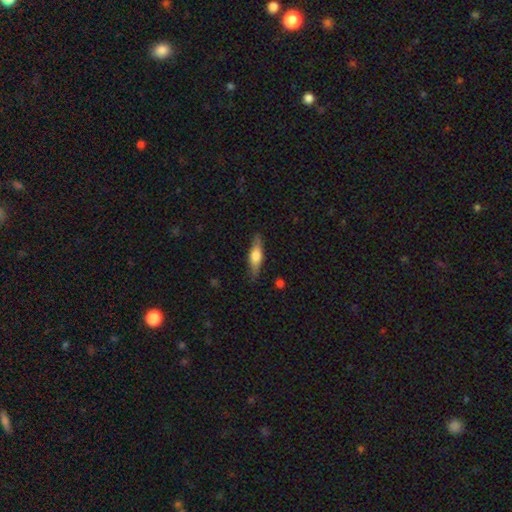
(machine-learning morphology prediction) Overall: smooth (50%; featured or disk 43%). How rounded: cigar-shaped (63%; in between 34%). Merging: none (86%).